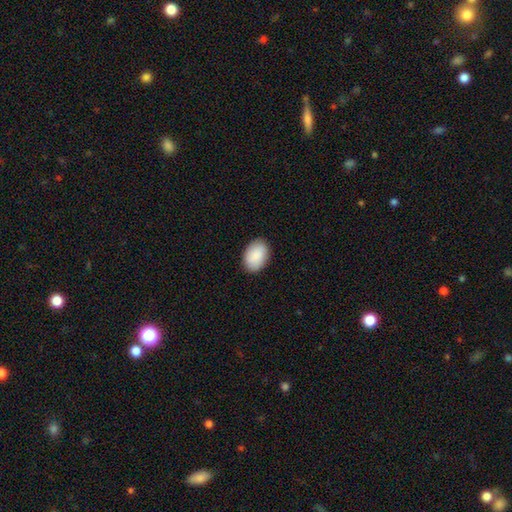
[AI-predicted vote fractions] A smooth galaxy with no disk features (91%) that is in between round and cigar-shaped (88%). Merging: none (88%).